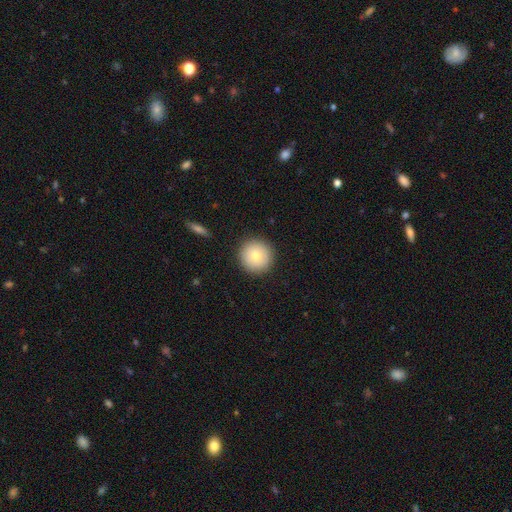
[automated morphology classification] type=smooth (78%); roundness=round (95%); merging=none (91%).